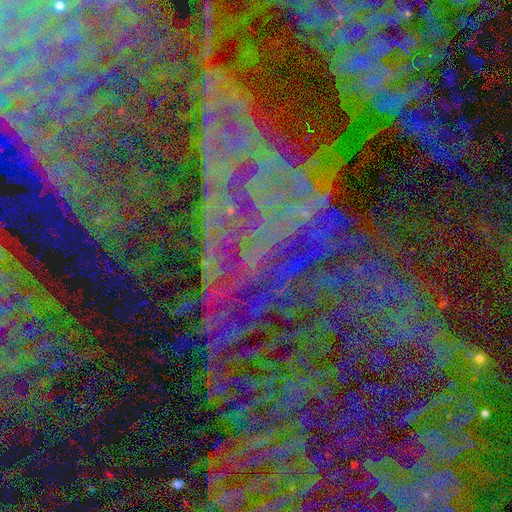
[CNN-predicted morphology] Overall: star or artifact (87%).